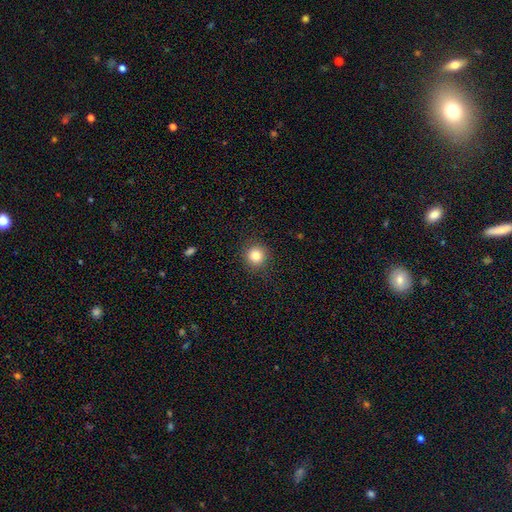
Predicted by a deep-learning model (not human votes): A smooth galaxy with no disk features (82%) that is round (93%). Merging: none (90%).